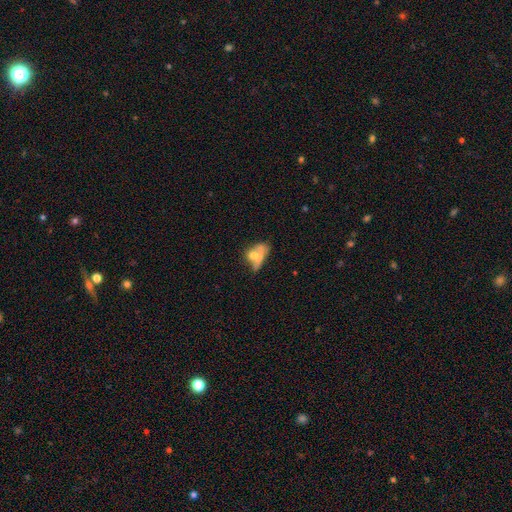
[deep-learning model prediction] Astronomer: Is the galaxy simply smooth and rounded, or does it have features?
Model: smooth — 53% (runner-up: featured or disk, 36%).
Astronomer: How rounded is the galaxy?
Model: in between — 63%.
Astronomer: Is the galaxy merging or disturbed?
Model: merger — 48%.